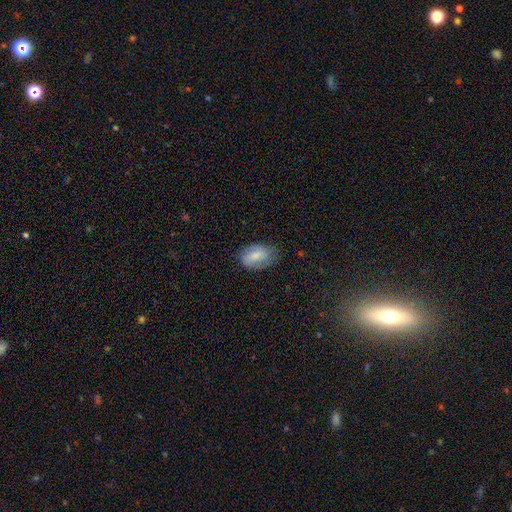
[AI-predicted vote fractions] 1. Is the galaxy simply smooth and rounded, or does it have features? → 70% smooth, 23% featured or disk, 7% star or artifact.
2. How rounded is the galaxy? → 89% in between, 10% round, 2% cigar-shaped.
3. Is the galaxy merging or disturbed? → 69% none, 23% minor disturbance, 6% major disturbance, 1% merger.